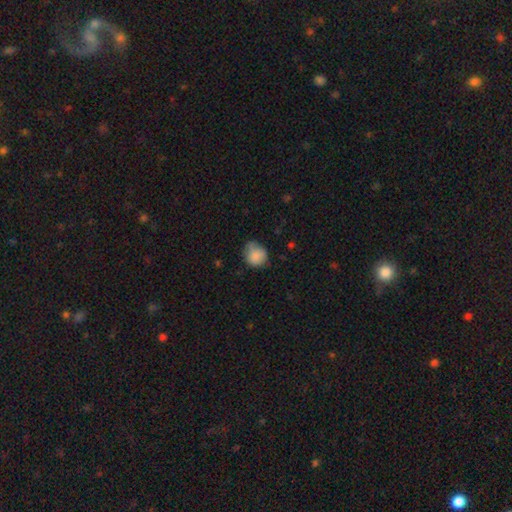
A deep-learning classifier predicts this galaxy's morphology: Smooth or featured: smooth — 83% (featured or disk — 8%)
How rounded: round — 79% (in between — 20%)
Merging: none — 55% (minor disturbance — 33%)